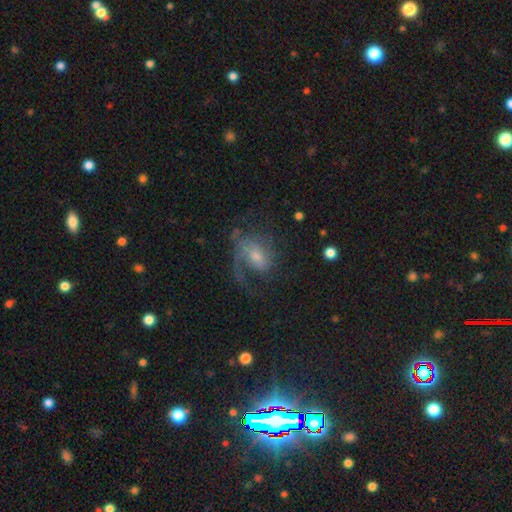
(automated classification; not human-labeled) Q: Smooth or featured?
A: featured or disk (74%); runner-up: smooth (17%)
Q: Edge-on disk?
A: no (97%); runner-up: yes (3%)
Q: Bar?
A: no (53%); runner-up: weak (38%)
Q: Spiral arms?
A: yes (89%); runner-up: no (11%)
Q: Spiral winding?
A: medium (43%); runner-up: loose (38%)
Q: Spiral arm count?
A: 1 (59%); runner-up: 2 (24%)
Q: Bulge size?
A: small (45%); runner-up: moderate (43%)
Q: Merging?
A: none (48%); runner-up: major disturbance (33%)